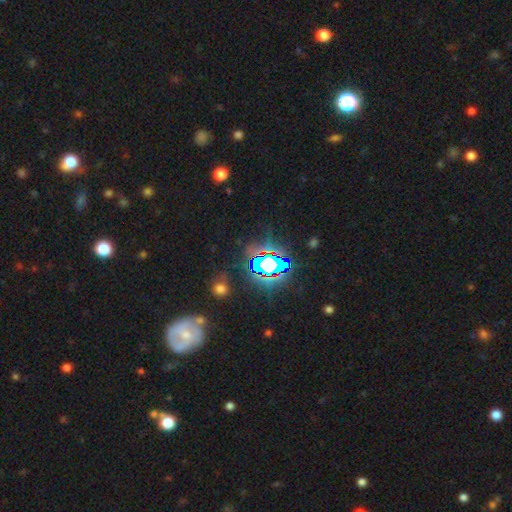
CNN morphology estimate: Smooth or featured: star or artifact — 72% (smooth — 16%)